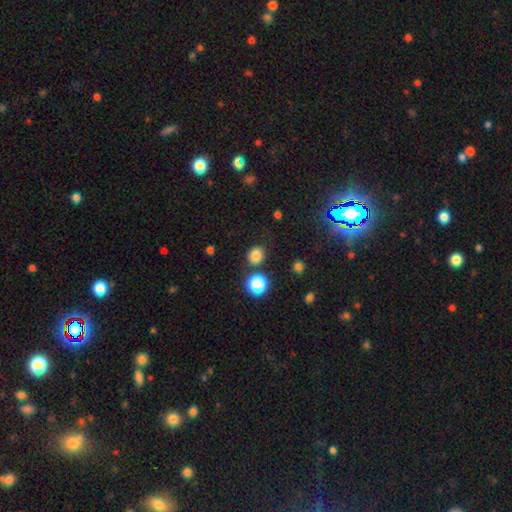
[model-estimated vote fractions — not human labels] Smooth or featured?
  - smooth: 80% *
  - star or artifact: 15%
  - featured or disk: 5%
How rounded?
  - round: 75% *
  - in between: 24%
  - cigar-shaped: 1%
Merging?
  - none: 80% *
  - minor disturbance: 10%
  - merger: 6%
  - major disturbance: 3%